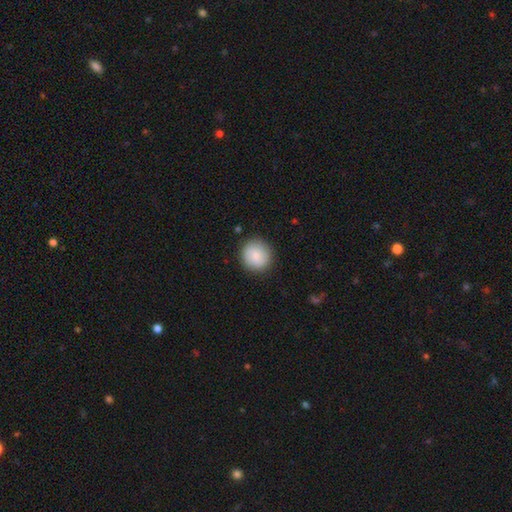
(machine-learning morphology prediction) smooth 81%, featured or disk 13%, star or artifact 6%. Down the decision tree: how rounded — round (91%); merging — none (88%).